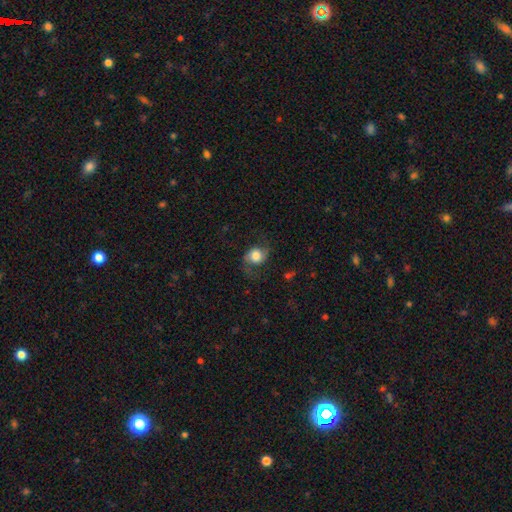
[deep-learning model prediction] A smooth galaxy with no disk features (50%).

Vote fractions:
- Smooth or featured? smooth: 50% / featured or disk: 41% / star or artifact: 9%
- Merging? none: 64% / minor disturbance: 20% / major disturbance: 14% / merger: 1%